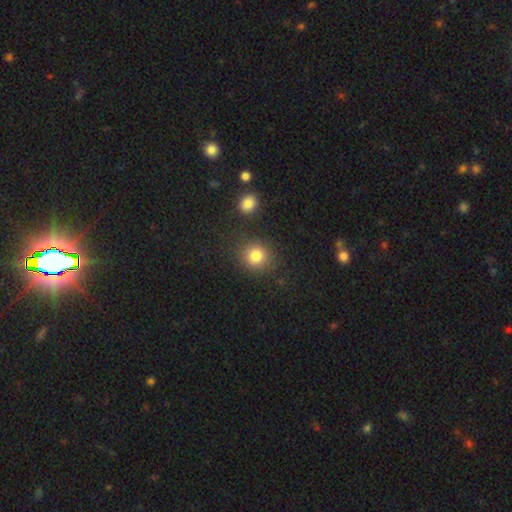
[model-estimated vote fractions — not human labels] Smooth or featured? Predicted: smooth (p=0.82). How rounded? Predicted: round (p=0.85). Merging? Predicted: none (p=0.83).